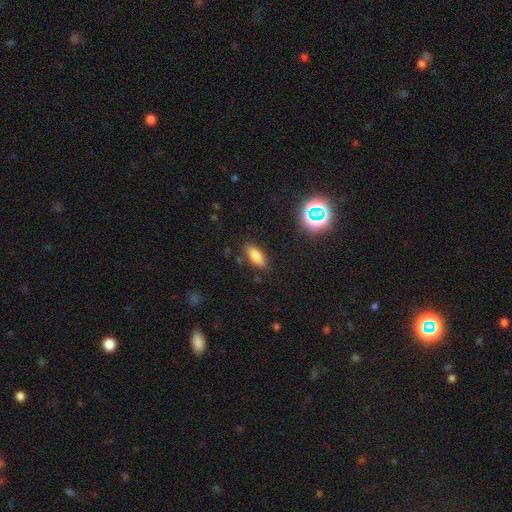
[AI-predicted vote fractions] Q: Smooth or featured?
A: smooth (77%); runner-up: star or artifact (12%)
Q: How rounded?
A: in between (81%); runner-up: cigar-shaped (16%)
Q: Merging?
A: none (83%); runner-up: minor disturbance (12%)